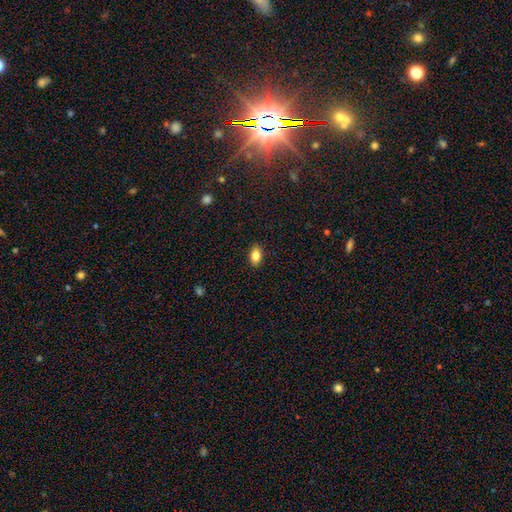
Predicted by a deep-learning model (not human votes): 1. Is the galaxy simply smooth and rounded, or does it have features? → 83% smooth, 8% star or artifact, 8% featured or disk.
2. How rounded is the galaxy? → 88% in between, 10% round, 3% cigar-shaped.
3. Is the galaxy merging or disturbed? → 89% none, 8% minor disturbance, 2% major disturbance, 1% merger.